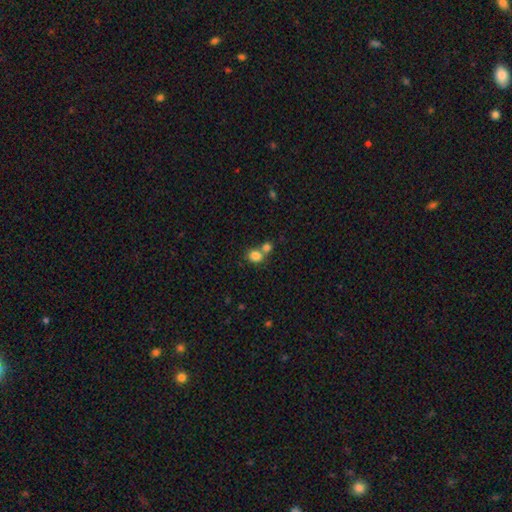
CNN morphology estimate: Smooth or featured: smooth — 82% (star or artifact — 11%)
How rounded: round — 76% (in between — 23%)
Merging: merger — 47% (none — 44%)